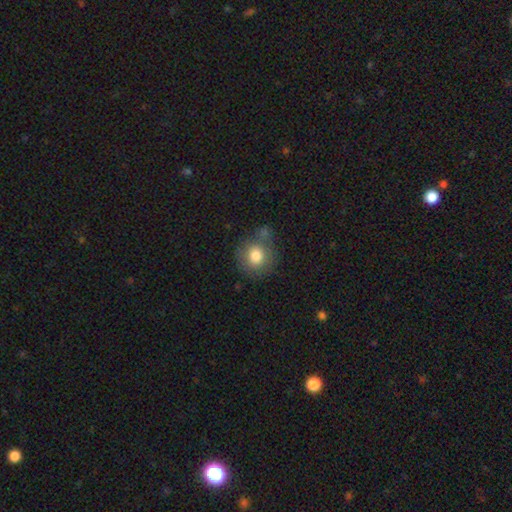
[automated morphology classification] smooth_or_featured: smooth (p=0.79) [alt: featured or disk p=0.13]
how_rounded: round (p=0.89) [alt: in between p=0.11]
merging: none (p=0.65) [alt: minor disturbance p=0.17]